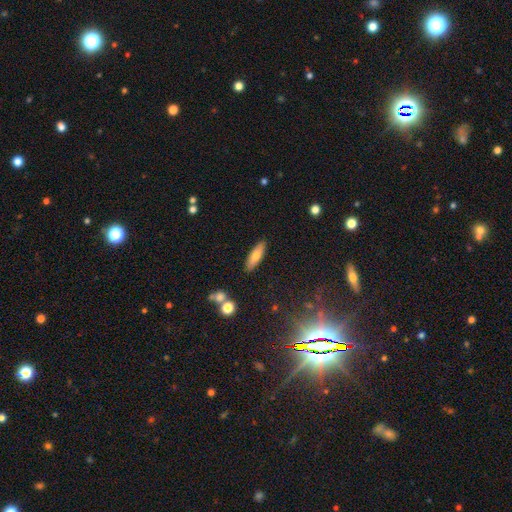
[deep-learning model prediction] Morphology: type=smooth (72%); roundness=cigar-shaped (53%); merging=none (87%).